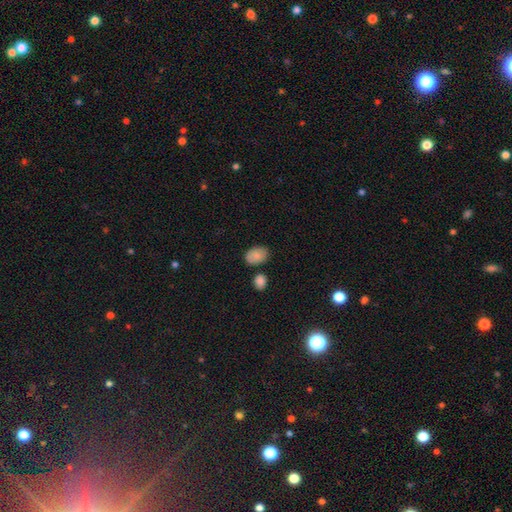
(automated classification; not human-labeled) Smooth or featured? Predicted: smooth (p=0.87). How rounded? Predicted: in between (p=0.85). Merging? Predicted: none (p=0.76).